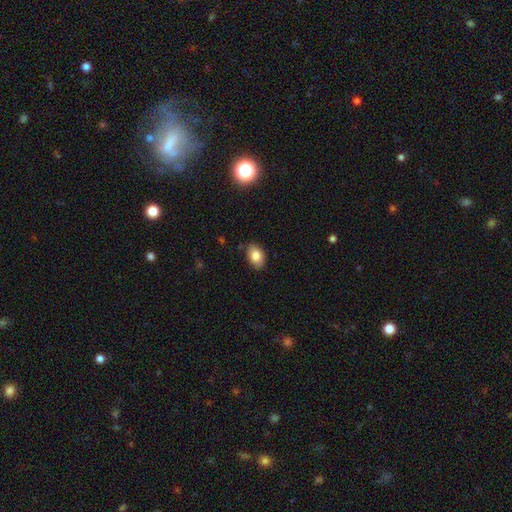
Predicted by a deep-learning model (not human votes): Q: Smooth or featured?
A: smooth (83%); runner-up: featured or disk (9%)
Q: How rounded?
A: in between (86%); runner-up: round (13%)
Q: Merging?
A: none (83%); runner-up: minor disturbance (13%)